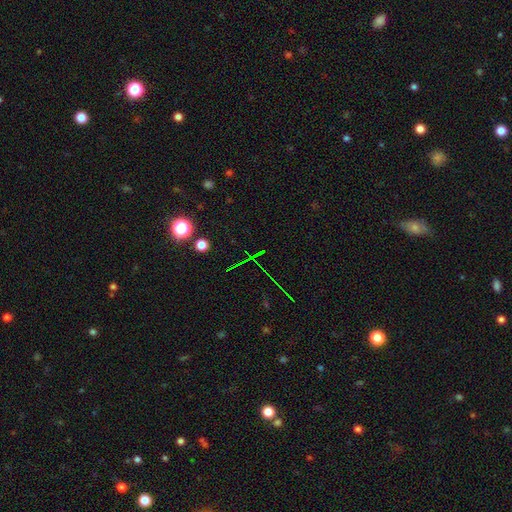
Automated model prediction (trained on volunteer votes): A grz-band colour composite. It shows a star or artifact, not a galaxy (73%).